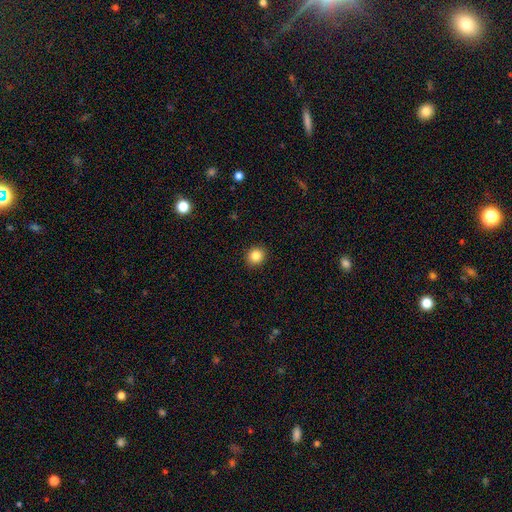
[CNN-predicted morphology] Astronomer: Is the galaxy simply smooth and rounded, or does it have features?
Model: smooth — 86%.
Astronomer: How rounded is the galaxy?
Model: round — 88%.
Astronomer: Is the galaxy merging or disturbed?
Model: none — 92%.